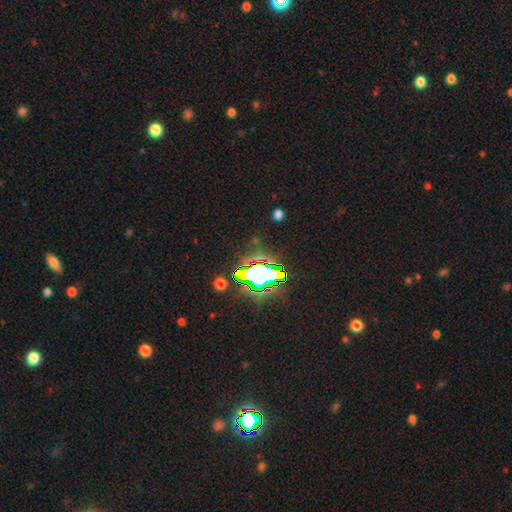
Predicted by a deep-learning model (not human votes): This appears to be a star or artifact, not a galaxy (85%).